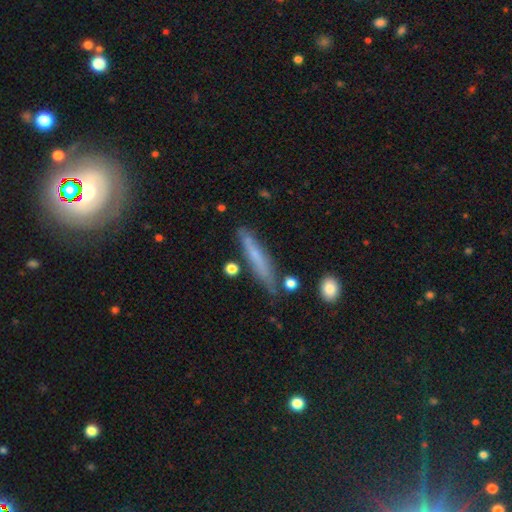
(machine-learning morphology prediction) smooth-or-featured: smooth: 55% | featured or disk: 38% | star or artifact: 7%
  how-rounded: cigar-shaped: 91% | in between: 7% | round: 2%
  merging: none: 73% | minor disturbance: 18% | merger: 5% | major disturbance: 4%